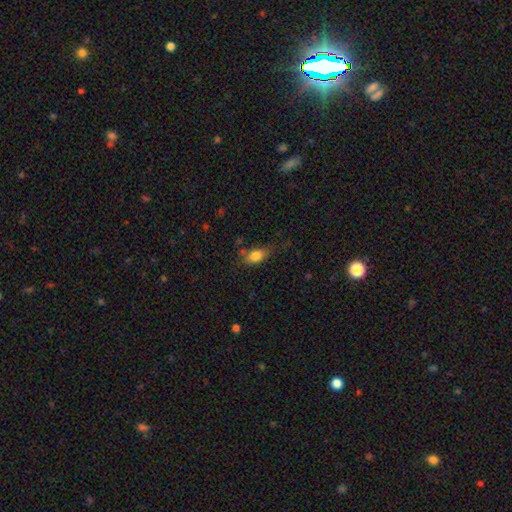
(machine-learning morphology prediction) Smooth or featured? smooth (80%)
How rounded? in between (79%)
Merging? none (61%)